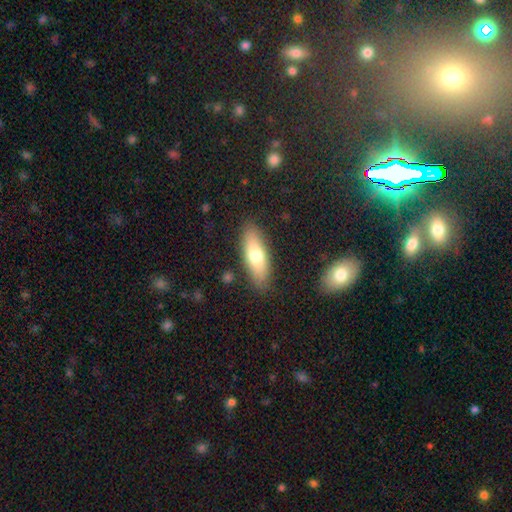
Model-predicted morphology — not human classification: Q: Smooth or featured?
A: smooth (68%); runner-up: featured or disk (26%)
Q: How rounded?
A: in between (58%); runner-up: cigar-shaped (39%)
Q: Merging?
A: none (86%); runner-up: minor disturbance (9%)